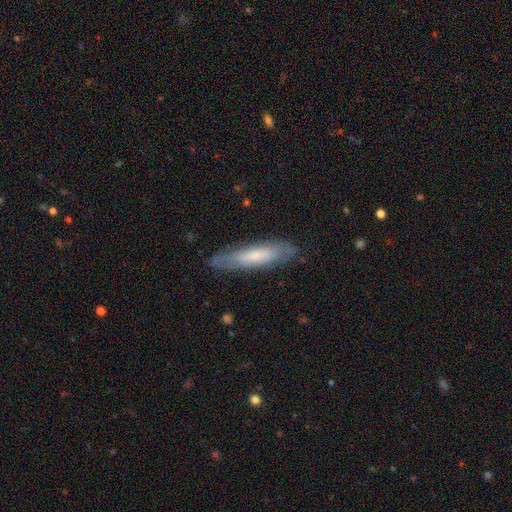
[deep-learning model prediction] This is possibly a smooth galaxy (56%). How rounded: likely cigar-shaped (78%). Merging: clearly none (81%).